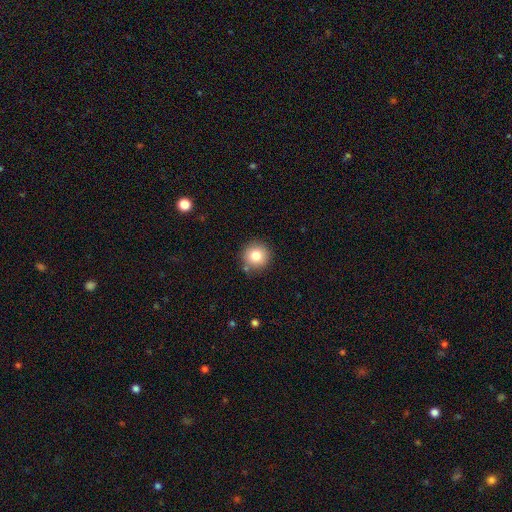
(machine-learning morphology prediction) This appears to be a smooth galaxy with no disk features (80%) that is round (94%). Merging: none (84%).